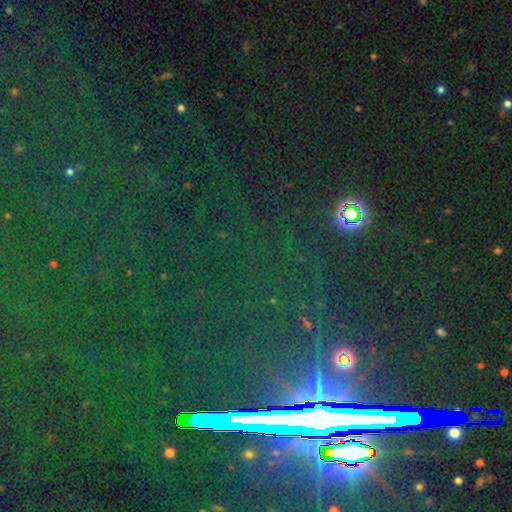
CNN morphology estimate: The model was most divided on "smooth or featured": star or artifact: 82%, smooth: 9%, featured or disk: 9%.